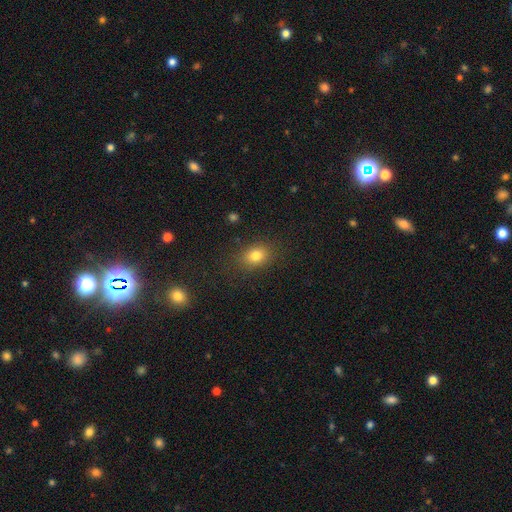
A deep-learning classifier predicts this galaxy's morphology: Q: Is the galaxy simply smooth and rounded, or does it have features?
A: smooth — 79%.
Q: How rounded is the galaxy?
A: in between — 63%.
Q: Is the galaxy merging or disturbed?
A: none — 82%.